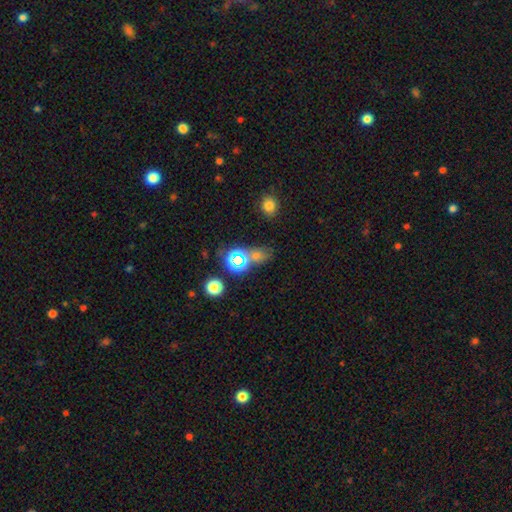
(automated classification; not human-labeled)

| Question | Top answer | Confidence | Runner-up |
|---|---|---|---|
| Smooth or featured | star or artifact | 48% | smooth (42%) |